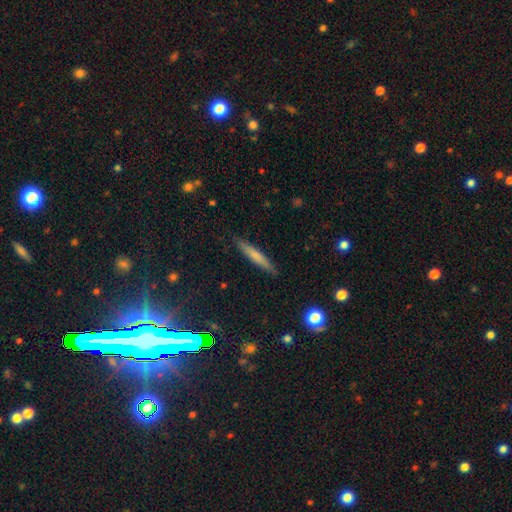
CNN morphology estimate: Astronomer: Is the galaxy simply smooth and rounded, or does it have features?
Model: smooth — 65%.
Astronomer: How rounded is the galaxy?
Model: cigar-shaped — 94%.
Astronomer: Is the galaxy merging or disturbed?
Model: none — 89%.